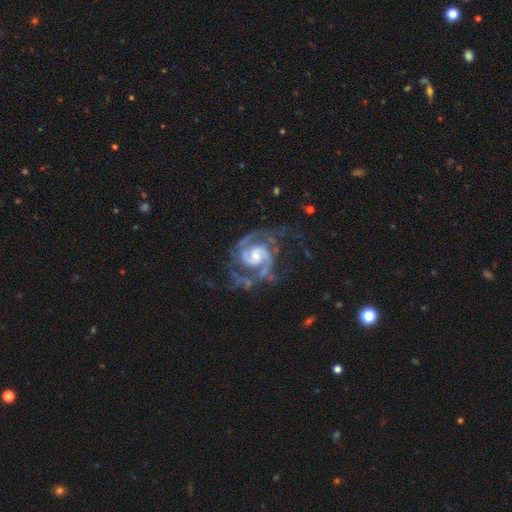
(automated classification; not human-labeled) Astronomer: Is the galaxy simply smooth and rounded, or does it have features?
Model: featured or disk — 92%.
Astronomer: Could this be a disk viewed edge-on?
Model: no — 98%.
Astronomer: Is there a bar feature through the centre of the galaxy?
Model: weak — 45% (runner-up: no, 43%).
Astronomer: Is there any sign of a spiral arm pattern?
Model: yes — 98%.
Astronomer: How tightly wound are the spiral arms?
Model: medium — 51% (runner-up: tight, 39%).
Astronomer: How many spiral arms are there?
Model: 2 — 75%.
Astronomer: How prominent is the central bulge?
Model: moderate — 45% (runner-up: small, 39%).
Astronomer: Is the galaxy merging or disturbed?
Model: none — 59%.